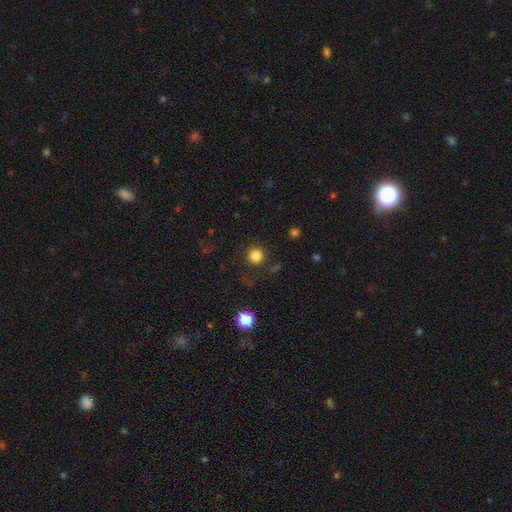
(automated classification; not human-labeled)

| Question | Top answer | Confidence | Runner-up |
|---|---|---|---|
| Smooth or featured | smooth | 83% | star or artifact (13%) |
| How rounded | round | 95% | in between (4%) |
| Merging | none | 88% | minor disturbance (7%) |